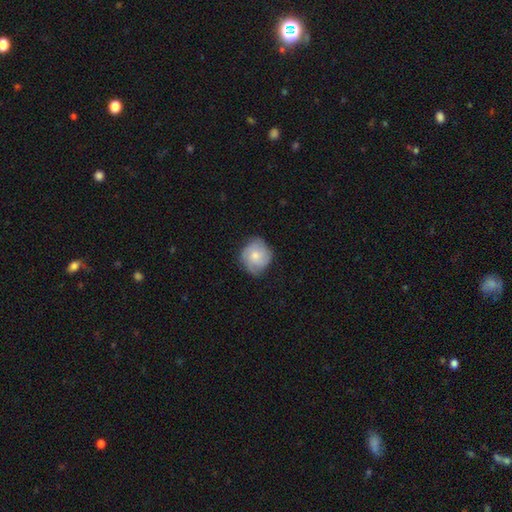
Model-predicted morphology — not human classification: The model was most divided on "smooth or featured": smooth: 56%, featured or disk: 37%, star or artifact: 7%. More confident: how rounded — round (81%); merging — none (68%).